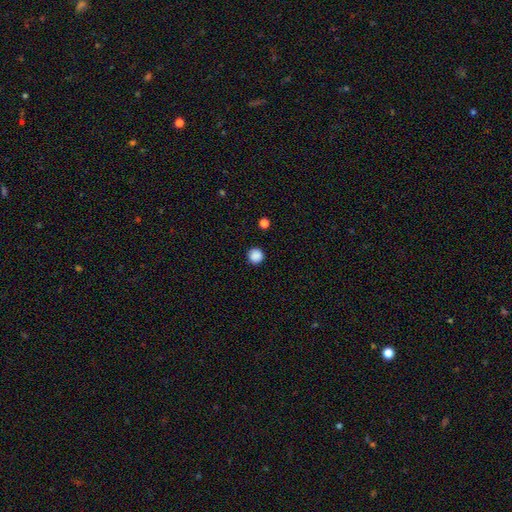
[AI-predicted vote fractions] The model was most divided on "smooth or featured": smooth: 87%, star or artifact: 10%, featured or disk: 3%. More confident: how rounded — round (96%); merging — none (91%).